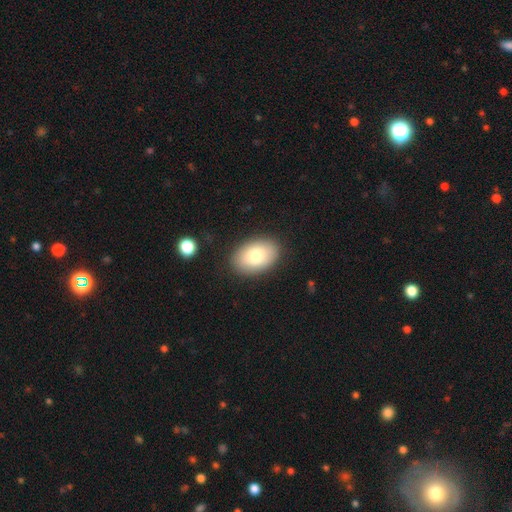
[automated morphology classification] Smooth or featured: smooth — 81% (featured or disk — 12%)
How rounded: in between — 89% (round — 10%)
Merging: none — 87% (minor disturbance — 9%)